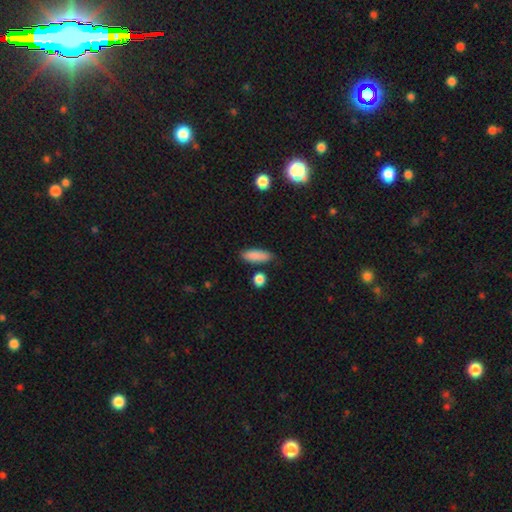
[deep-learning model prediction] Smooth or featured? smooth (87%)
How rounded? in between (62%)
Merging? none (78%)